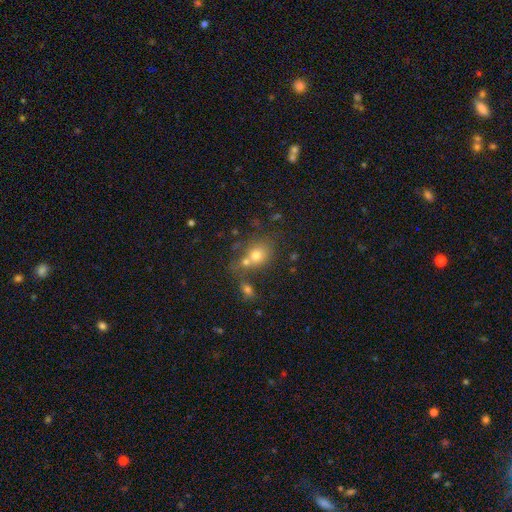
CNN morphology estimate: Smooth or featured?
  - smooth: 70% *
  - star or artifact: 15%
  - featured or disk: 14%
How rounded?
  - round: 64% *
  - in between: 34%
  - cigar-shaped: 1%
Merging?
  - none: 46% *
  - merger: 37%
  - minor disturbance: 11%
  - major disturbance: 5%